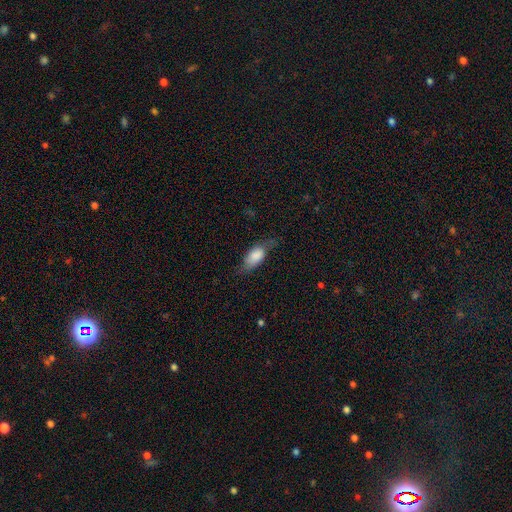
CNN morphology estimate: A smooth galaxy with no disk features (74%) that is in between round and cigar-shaped (83%).

Vote fractions:
- Smooth or featured? smooth: 74% / featured or disk: 19% / star or artifact: 7%
- How rounded? in between: 83% / cigar-shaped: 14% / round: 4%
- Merging? none: 53% / minor disturbance: 31% / major disturbance: 14% / merger: 2%